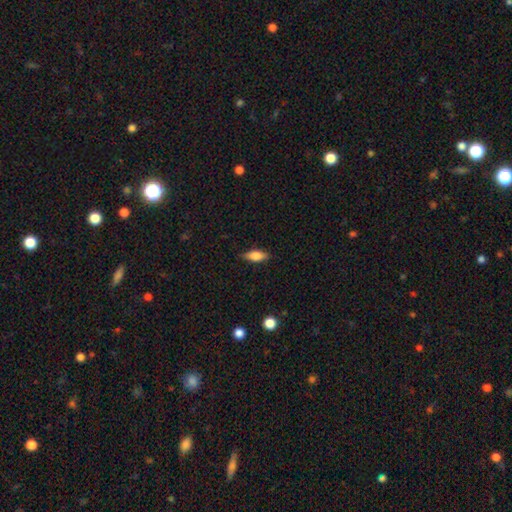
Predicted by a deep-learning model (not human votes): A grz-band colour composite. It shows a smooth galaxy with no disk features (71%) that is in between round and cigar-shaped (72%). Merging: none (83%).